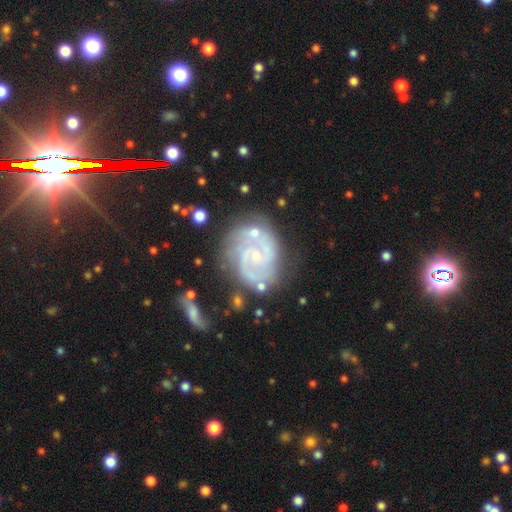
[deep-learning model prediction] A featured or disk galaxy (87%) with no bar (61%), 2 (63%) tight (49%) spiral arms (96%) and a small central bulge (77%).

Vote fractions:
- Smooth or featured? featured or disk: 87% / smooth: 7% / star or artifact: 6%
- Edge-on disk? no: 98% / yes: 2%
- Bar? no: 61% / weak: 32% / strong: 7%
- Spiral arms? yes: 96% / no: 4%
- Spiral winding? tight: 49% / medium: 41% / loose: 10%
- Spiral arm count? 2: 63% / 3: 14% / can't tell: 13% / 4: 4% / 1: 4% / more than 4: 3%
- Bulge size? small: 77% / moderate: 17% / none: 4% / large: 1% / dominant: 1%
- Merging? none: 62% / minor disturbance: 20% / major disturbance: 9% / merger: 9%